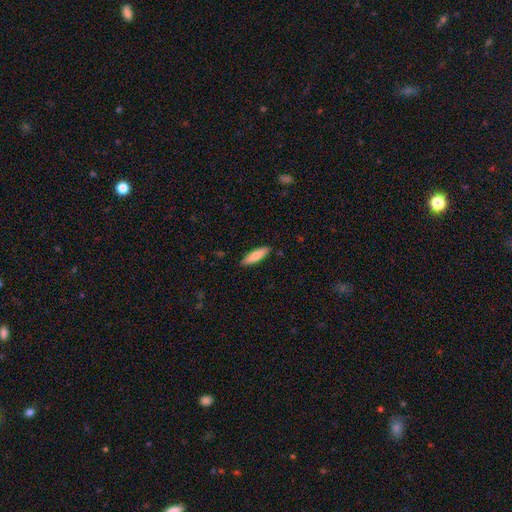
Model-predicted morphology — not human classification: Smooth or featured? Predicted: smooth (p=0.77). How rounded? Predicted: cigar-shaped (p=0.60). Merging? Predicted: none (p=0.88).